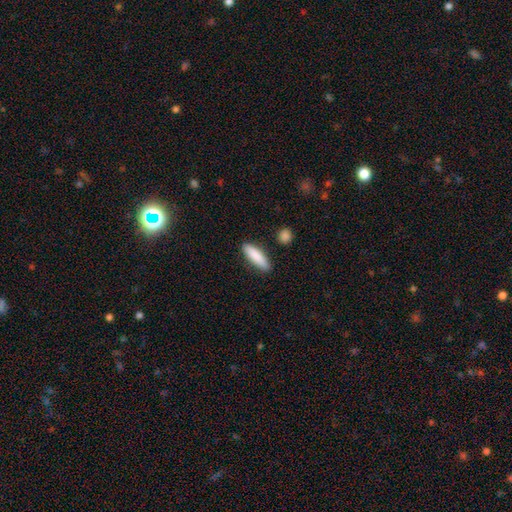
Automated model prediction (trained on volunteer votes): A smooth galaxy with no disk features (85%) that is cigar-shaped (60%).

Vote fractions:
- Smooth or featured? smooth: 85% / featured or disk: 9% / star or artifact: 6%
- How rounded? cigar-shaped: 60% / in between: 39% / round: 2%
- Merging? none: 86% / minor disturbance: 10% / merger: 2% / major disturbance: 2%